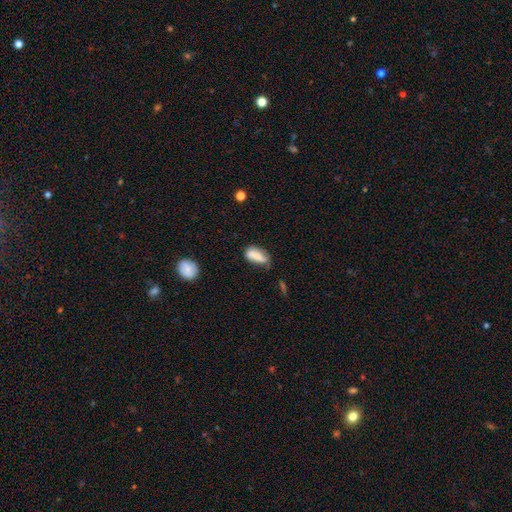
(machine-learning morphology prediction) This is likely a smooth galaxy (78%). How rounded: clearly in between (83%). Merging: marginally none (45%).